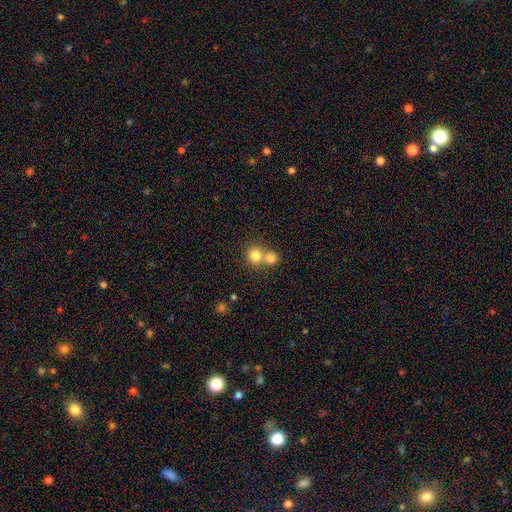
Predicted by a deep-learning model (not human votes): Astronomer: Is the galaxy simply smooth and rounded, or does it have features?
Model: smooth — 79%.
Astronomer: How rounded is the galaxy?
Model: round — 88%.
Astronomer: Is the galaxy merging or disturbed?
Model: merger — 49% (runner-up: none, 43%).